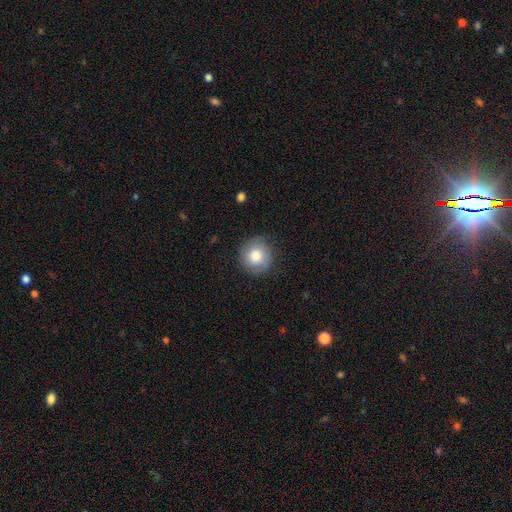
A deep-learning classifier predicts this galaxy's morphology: Overall: smooth (78%). How rounded: round (92%). Merging: none (82%).